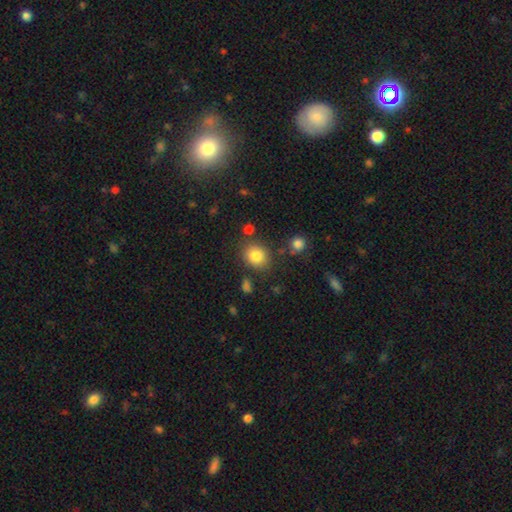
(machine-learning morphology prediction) smooth_or_featured: smooth (p=0.83) [alt: star or artifact p=0.11]
how_rounded: round (p=0.67) [alt: in between p=0.32]
merging: none (p=0.79) [alt: minor disturbance p=0.11]